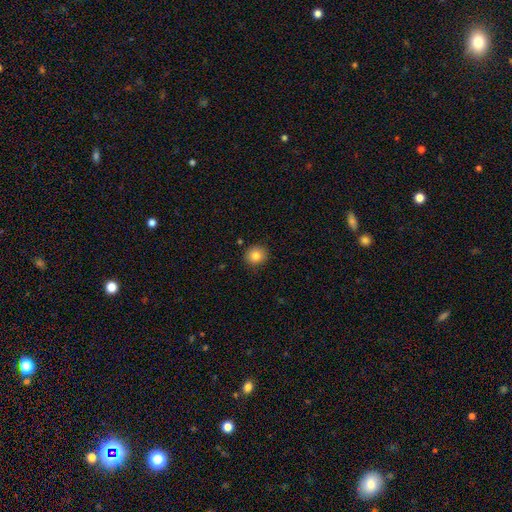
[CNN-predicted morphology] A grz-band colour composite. It shows a smooth galaxy with no disk features (83%) that is round (90%). Merging: none (89%).